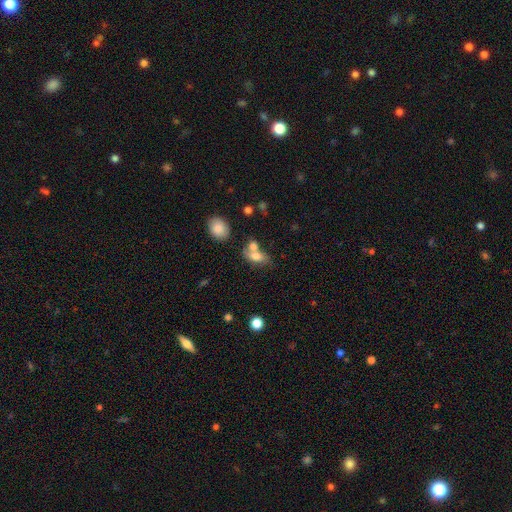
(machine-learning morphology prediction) smooth-or-featured: smooth: 74% | featured or disk: 16% | star or artifact: 10%
  how-rounded: in between: 80% | round: 15% | cigar-shaped: 5%
  merging: merger: 49% | none: 33% | minor disturbance: 12% | major disturbance: 6%